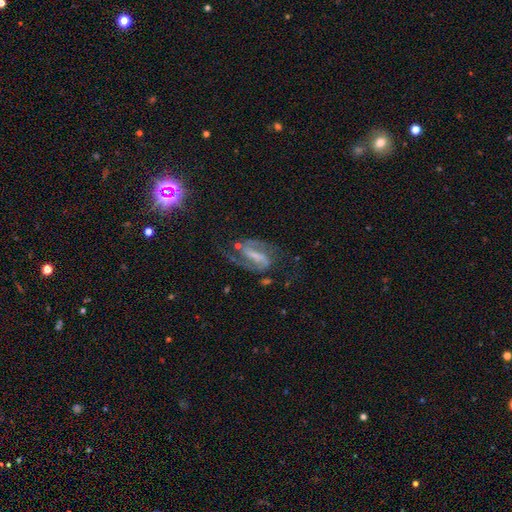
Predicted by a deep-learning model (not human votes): Q: Smooth or featured?
A: featured or disk (88%); runner-up: smooth (6%)
Q: Edge-on disk?
A: no (97%); runner-up: yes (3%)
Q: Bar?
A: strong (47%); runner-up: weak (40%)
Q: Spiral arms?
A: yes (96%); runner-up: no (4%)
Q: Spiral winding?
A: medium (55%); runner-up: loose (29%)
Q: Spiral arm count?
A: 2 (92%); runner-up: can't tell (3%)
Q: Bulge size?
A: none (35%); tied with: small (35%)
Q: Merging?
A: none (61%); runner-up: minor disturbance (18%)